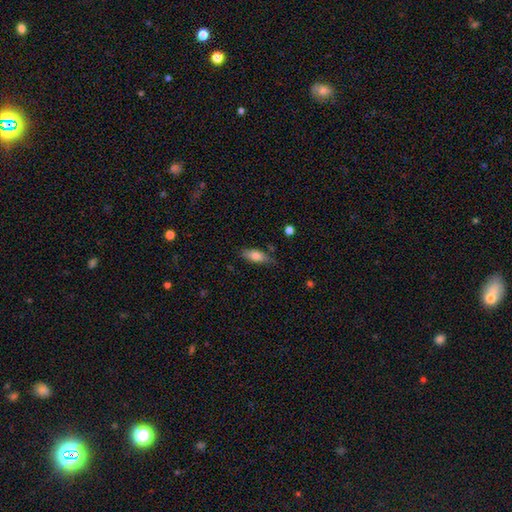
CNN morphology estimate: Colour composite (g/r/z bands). It shows a smooth galaxy with no disk features (76%) that is in between round and cigar-shaped (78%). Merging: none (70%).